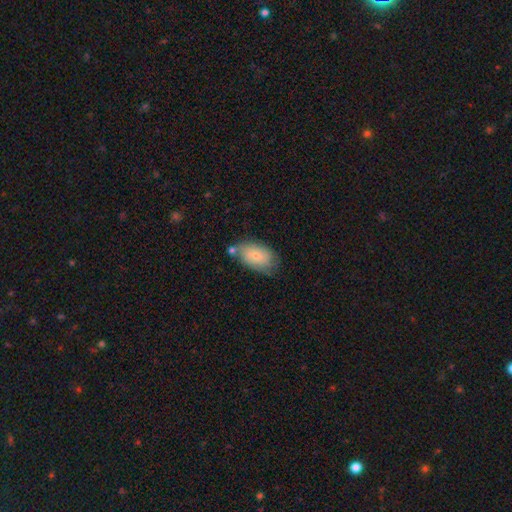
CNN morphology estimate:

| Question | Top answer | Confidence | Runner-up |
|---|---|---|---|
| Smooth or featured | smooth | 67% | featured or disk (26%) |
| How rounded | in between | 91% | round (7%) |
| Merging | none | 58% | minor disturbance (25%) |